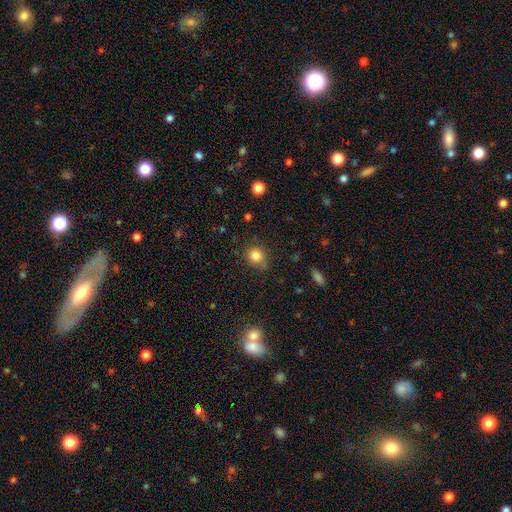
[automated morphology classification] smooth_or_featured: smooth (p=0.83) [alt: star or artifact p=0.12]
how_rounded: round (p=0.86) [alt: in between p=0.13]
merging: none (p=0.78) [alt: minor disturbance p=0.16]